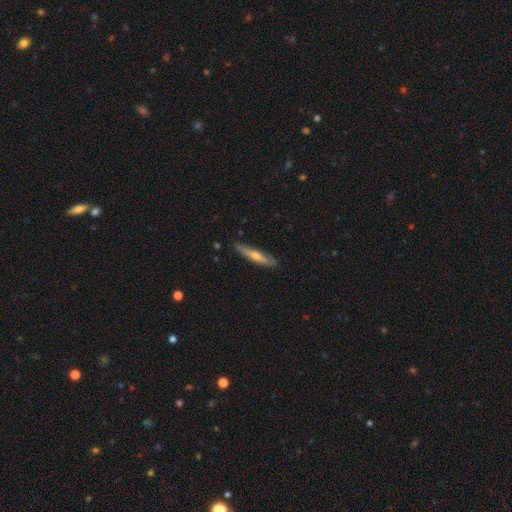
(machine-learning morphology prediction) smooth-or-featured: featured or disk: 50% | smooth: 44% | star or artifact: 6%
  disk-edge-on: yes: 90% | no: 10%
  merging: none: 86% | minor disturbance: 11% | major disturbance: 2% | merger: 1%